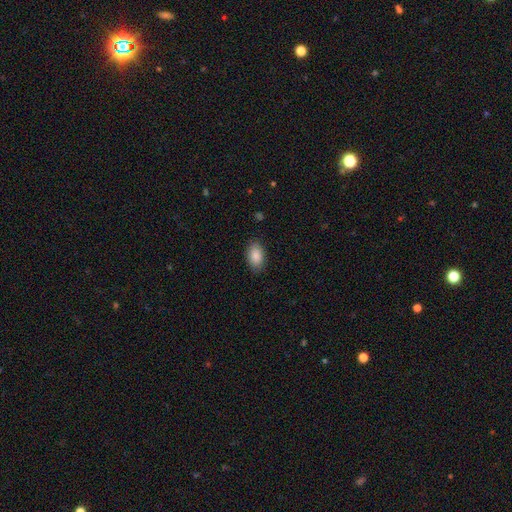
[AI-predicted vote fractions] Overall: smooth (88%). How rounded: in between (92%). Merging: none (86%).